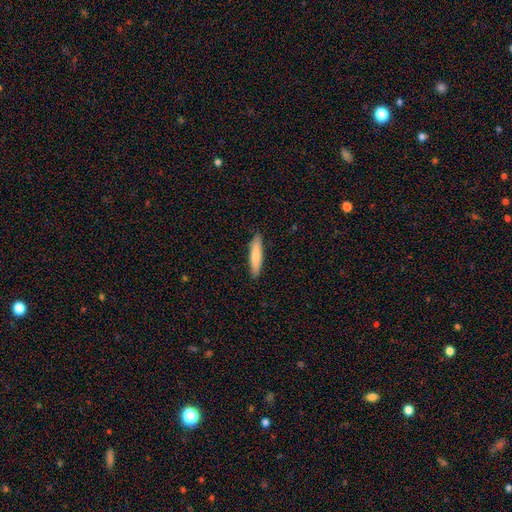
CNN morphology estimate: Smooth or featured?
  - smooth: 78% *
  - featured or disk: 17%
  - star or artifact: 5%
How rounded?
  - cigar-shaped: 84% *
  - in between: 14%
  - round: 1%
Merging?
  - none: 90% *
  - minor disturbance: 8%
  - major disturbance: 2%
  - merger: 1%